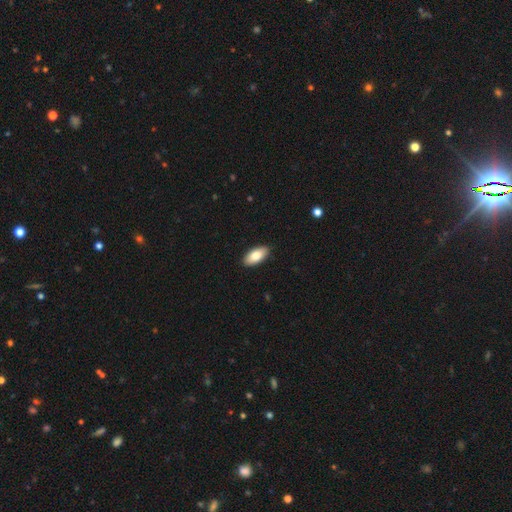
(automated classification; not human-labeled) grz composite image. It shows a smooth galaxy with no disk features (82%) that is in between round and cigar-shaped (92%). Merging: none (90%).